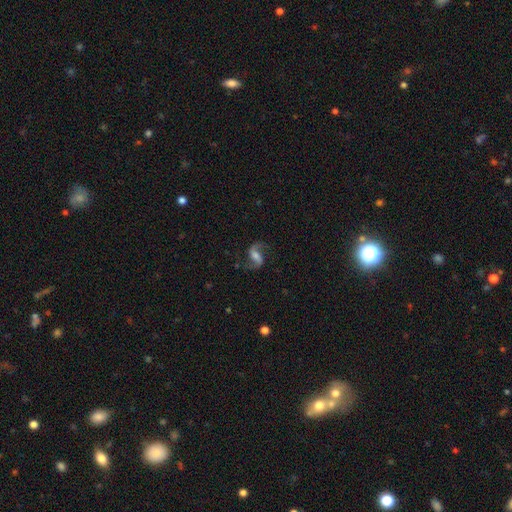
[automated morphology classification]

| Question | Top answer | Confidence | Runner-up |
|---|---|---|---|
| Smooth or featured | featured or disk | 84% | smooth (9%) |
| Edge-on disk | no | 97% | yes (3%) |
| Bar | weak | 45% | strong (33%) |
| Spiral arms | yes | 96% | no (4%) |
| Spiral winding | loose | 63% | medium (31%) |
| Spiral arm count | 2 | 93% | 1 (3%) |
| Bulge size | moderate | 45% | small (35%) |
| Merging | none | 77% | minor disturbance (13%) |